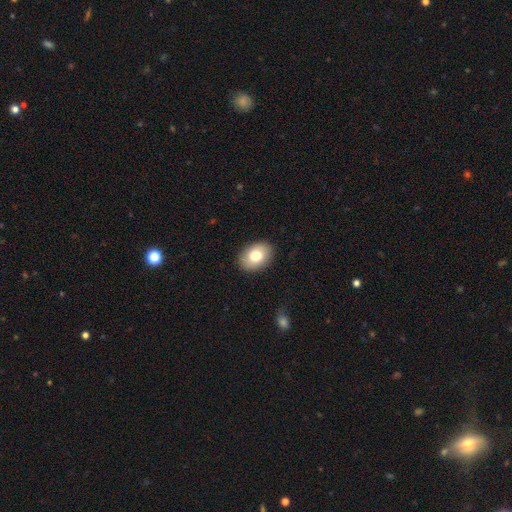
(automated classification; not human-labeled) smooth_or_featured: smooth (p=0.78) [alt: featured or disk p=0.14]
how_rounded: in between (p=0.77) [alt: round p=0.22]
merging: none (p=0.89) [alt: minor disturbance p=0.08]